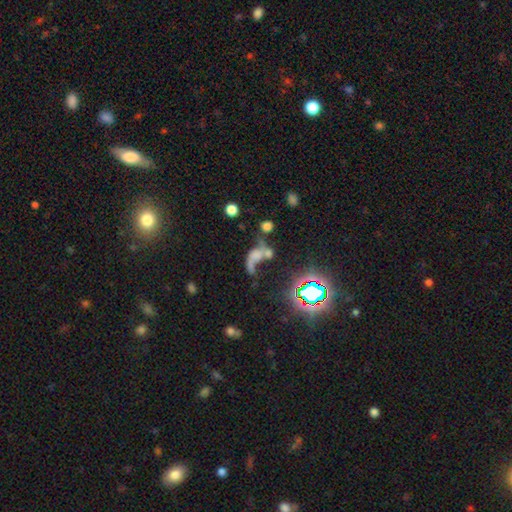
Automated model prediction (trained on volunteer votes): A featured or disk galaxy (45%).

Vote fractions:
- Smooth or featured? featured or disk: 45% / smooth: 31% / star or artifact: 24%
- Merging? merger: 42% / major disturbance: 27% / none: 20% / minor disturbance: 11%